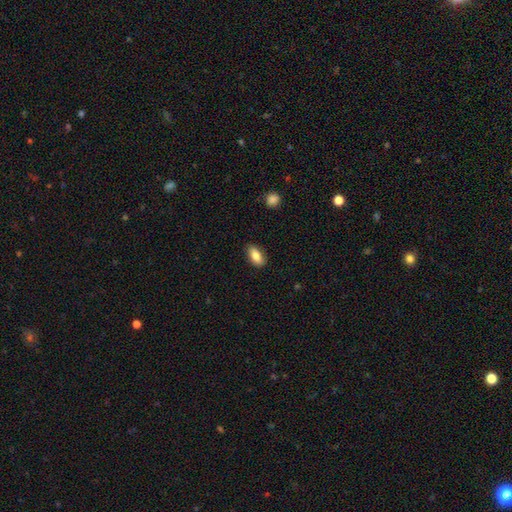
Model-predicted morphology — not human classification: Smooth or featured? smooth (83%)
How rounded? in between (88%)
Merging? none (85%)